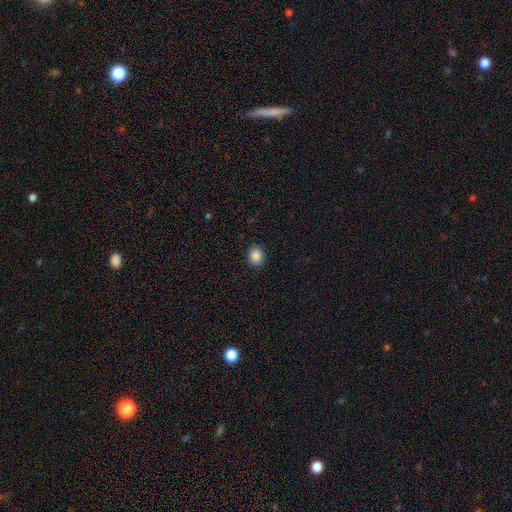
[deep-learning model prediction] Smooth or featured? Predicted: smooth (p=0.86). How rounded? Predicted: round (p=0.60). Merging? Predicted: none (p=0.91).